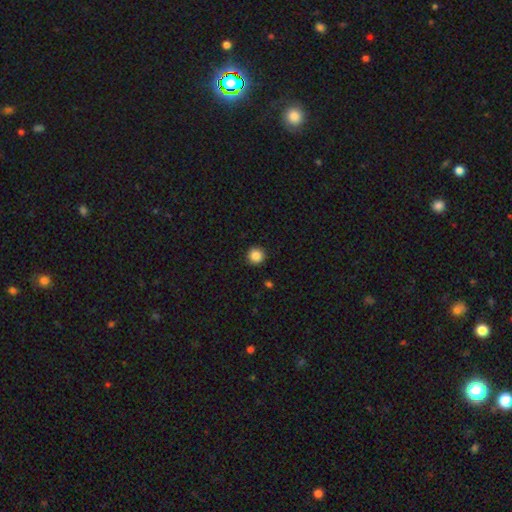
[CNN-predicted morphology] Smooth or featured: smooth — 86% (star or artifact — 10%)
How rounded: round — 96% (in between — 3%)
Merging: none — 93% (minor disturbance — 4%)